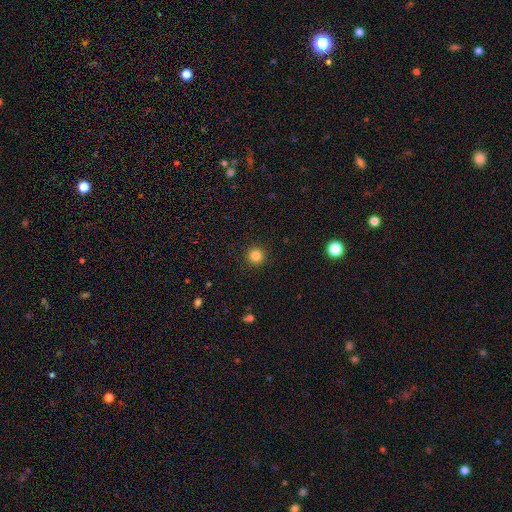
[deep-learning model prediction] smooth-or-featured: smooth: 84% | star or artifact: 12% | featured or disk: 4%
  how-rounded: round: 95% | in between: 4% | cigar-shaped: 1%
  merging: none: 92% | minor disturbance: 5% | major disturbance: 2% | merger: 1%